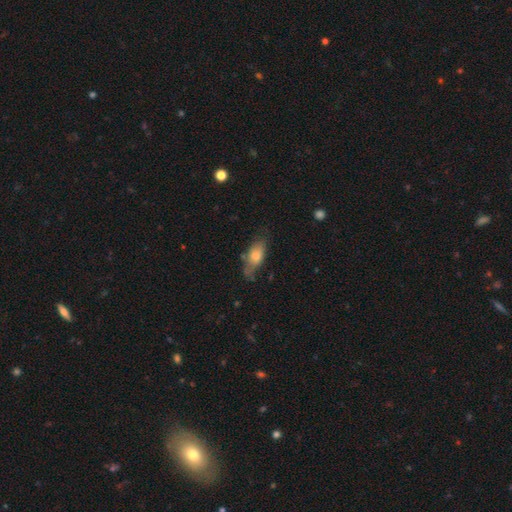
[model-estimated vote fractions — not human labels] The model was most divided on "merging": none: 52%, minor disturbance: 31%, major disturbance: 13%, merger: 5%. More confident: how rounded — in between (80%); smooth or featured — smooth (71%).